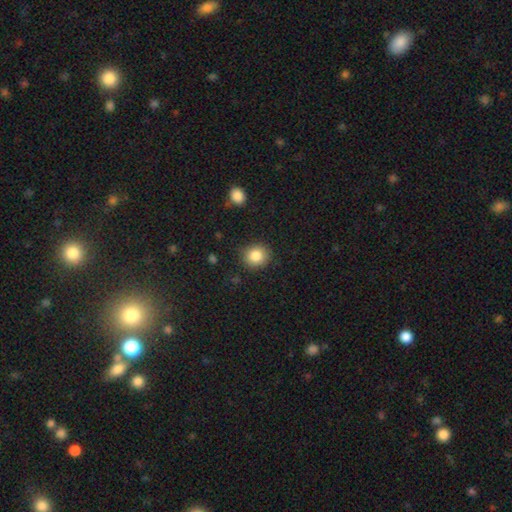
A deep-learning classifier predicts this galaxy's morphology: smooth 84%, star or artifact 10%, featured or disk 6%. Down the decision tree: how rounded — round (83%); merging — none (88%).